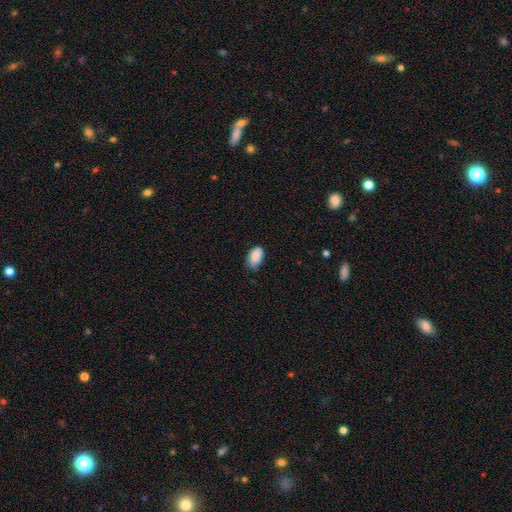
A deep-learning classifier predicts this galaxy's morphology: type=smooth (87%); roundness=in between (93%); merging=none (67%).